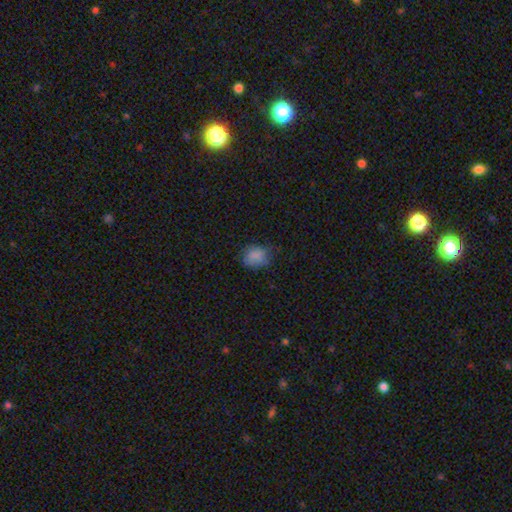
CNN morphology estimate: Smooth or featured?
  - smooth: 84% *
  - star or artifact: 10%
  - featured or disk: 7%
How rounded?
  - round: 54% *
  - in between: 45%
  - cigar-shaped: 1%
Merging?
  - none: 69% *
  - minor disturbance: 23%
  - major disturbance: 7%
  - merger: 1%